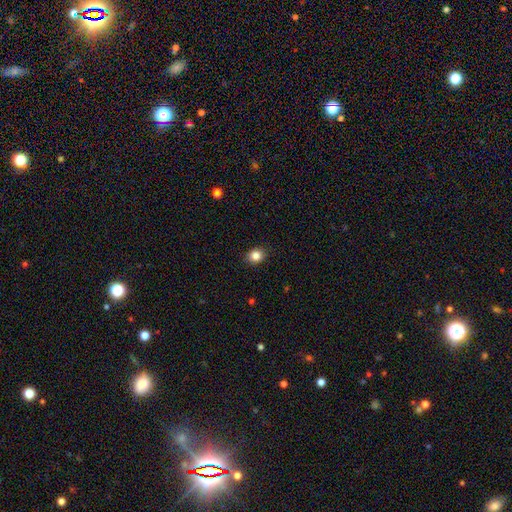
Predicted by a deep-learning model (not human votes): Overall: smooth (85%). How rounded: round (64%; in between 35%). Merging: none (90%).